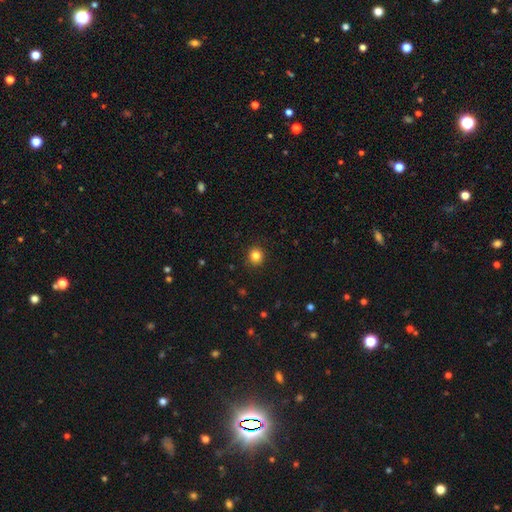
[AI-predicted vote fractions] Overall: smooth (84%). How rounded: round (90%). Merging: none (91%).